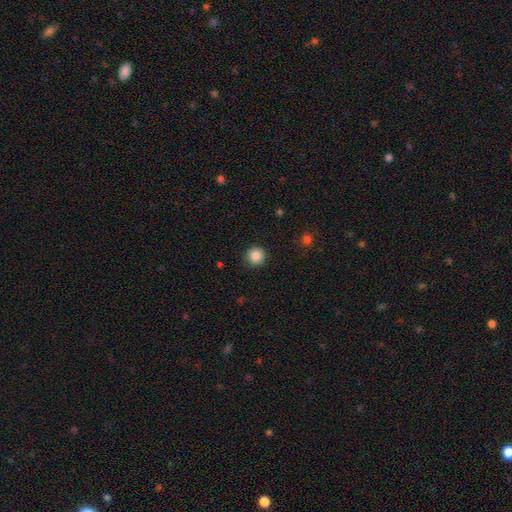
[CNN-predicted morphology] smooth-or-featured: smooth: 87% | star or artifact: 10% | featured or disk: 3%
  how-rounded: round: 94% | in between: 5% | cigar-shaped: 1%
  merging: none: 91% | minor disturbance: 6% | major disturbance: 2% | merger: 1%